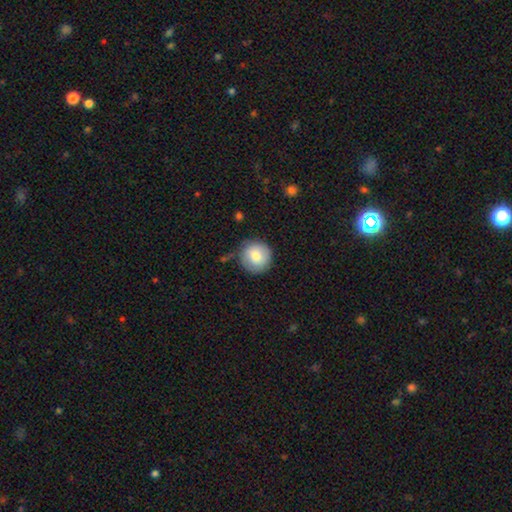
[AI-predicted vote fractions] Smooth or featured? Predicted: smooth (p=0.81). How rounded? Predicted: round (p=0.94). Merging? Predicted: none (p=0.82).